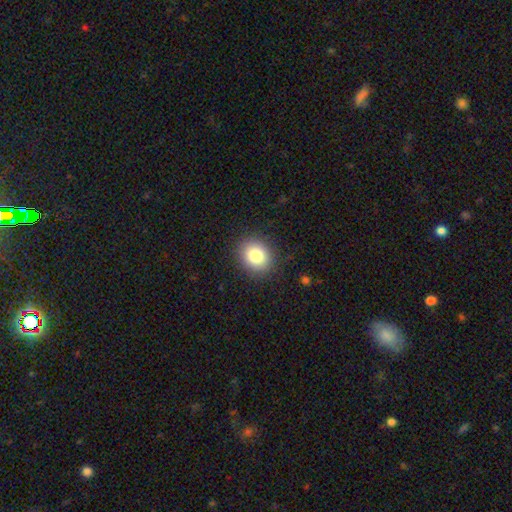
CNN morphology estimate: Smooth or featured: smooth — 82% (star or artifact — 10%)
How rounded: round — 67% (in between — 32%)
Merging: none — 89% (minor disturbance — 8%)